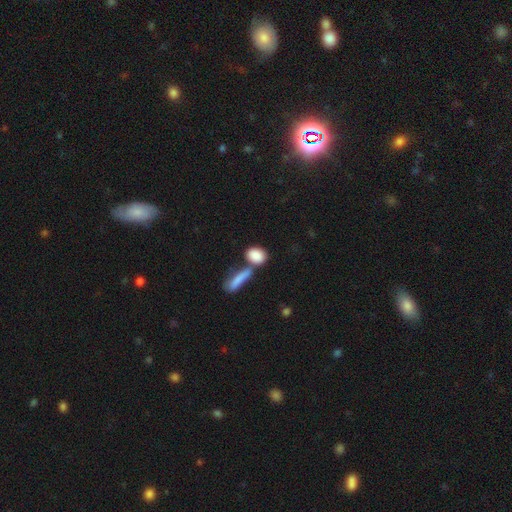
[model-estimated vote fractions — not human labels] Smooth or featured: smooth — 86% (featured or disk — 8%)
How rounded: in between — 63% (round — 27%)
Merging: none — 47% (merger — 36%)